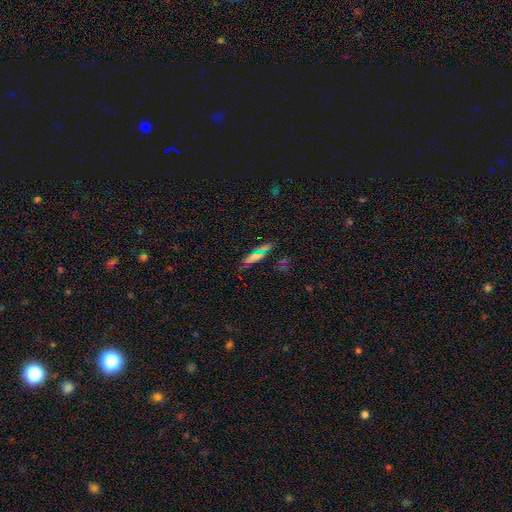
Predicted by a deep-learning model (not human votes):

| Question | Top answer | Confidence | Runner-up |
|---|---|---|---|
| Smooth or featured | smooth | 62% | star or artifact (20%) |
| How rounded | cigar-shaped | 55% | in between (40%) |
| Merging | none | 76% | minor disturbance (15%) |